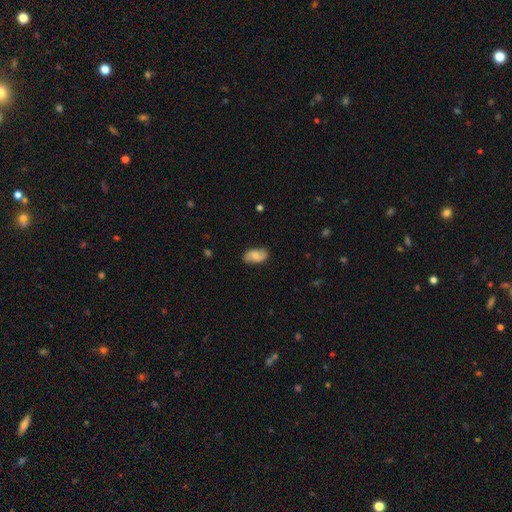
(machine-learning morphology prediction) Smooth or featured? Predicted: smooth (p=0.50). How rounded? Predicted: in between (p=0.92). Merging? Predicted: none (p=0.80).